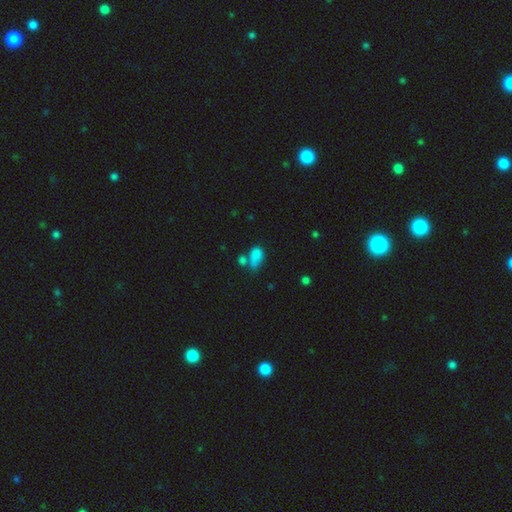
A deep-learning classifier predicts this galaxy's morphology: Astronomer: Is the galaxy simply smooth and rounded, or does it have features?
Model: smooth — 78%.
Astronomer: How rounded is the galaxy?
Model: in between — 83%.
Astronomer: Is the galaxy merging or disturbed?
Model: merger — 37% (runner-up: none, 30%).